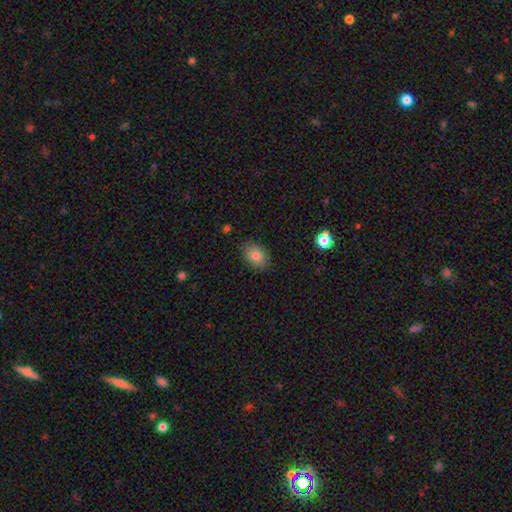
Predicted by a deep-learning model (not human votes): smooth_or_featured: smooth (p=0.83) [alt: star or artifact p=0.09]
how_rounded: in between (p=0.77) [alt: round p=0.22]
merging: none (p=0.85) [alt: minor disturbance p=0.11]